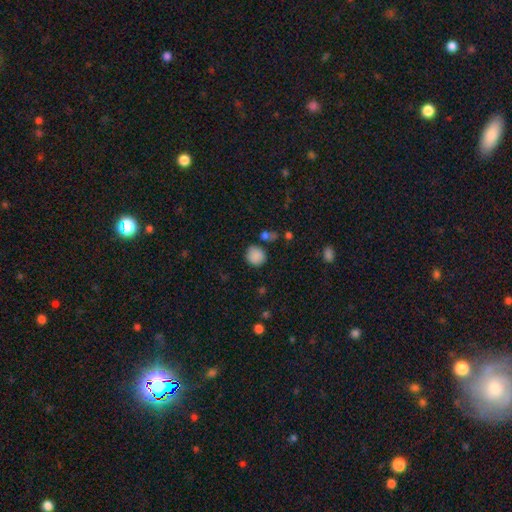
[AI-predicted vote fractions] Overall: smooth (86%). How rounded: round (86%). Merging: none (77%).